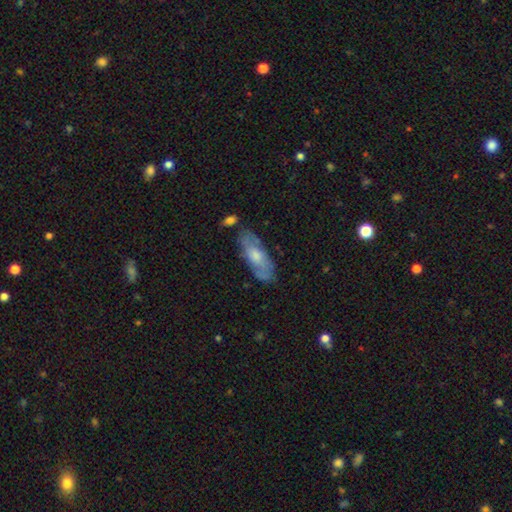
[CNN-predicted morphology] type=featured or disk (51%); edge-on=no (75%); merging=none (75%).